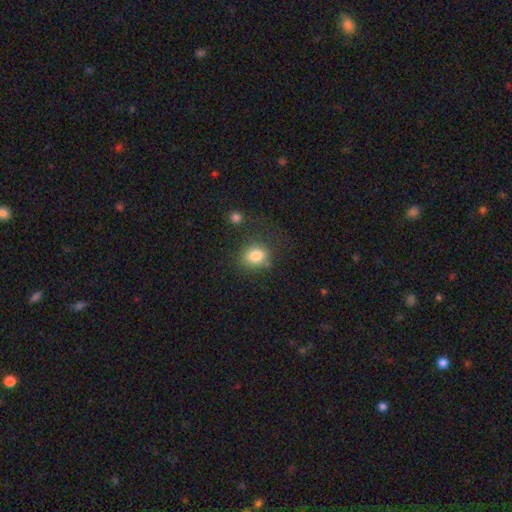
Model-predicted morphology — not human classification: A smooth galaxy with no disk features (82%) that is round (58%). Merging: none (69%).